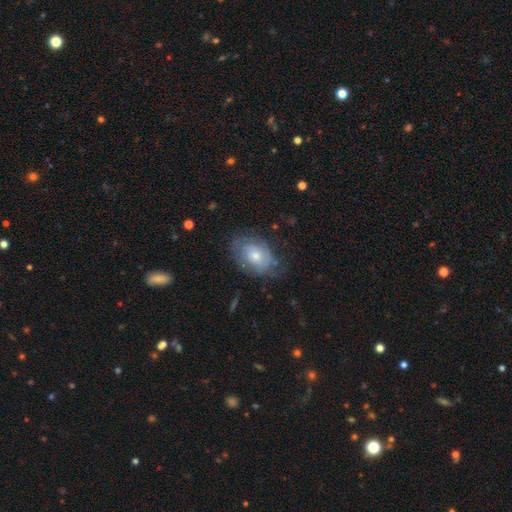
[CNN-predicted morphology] Smooth or featured: smooth — 48% (featured or disk — 44%)
Merging: none — 59% (minor disturbance — 27%)